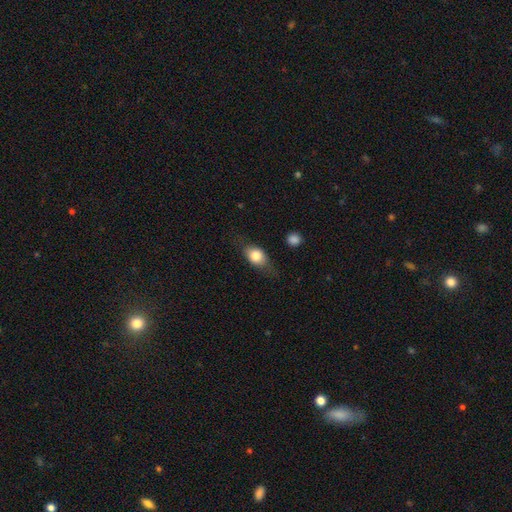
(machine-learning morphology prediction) type=smooth (72%); roundness=in between (67%); merging=none (65%).